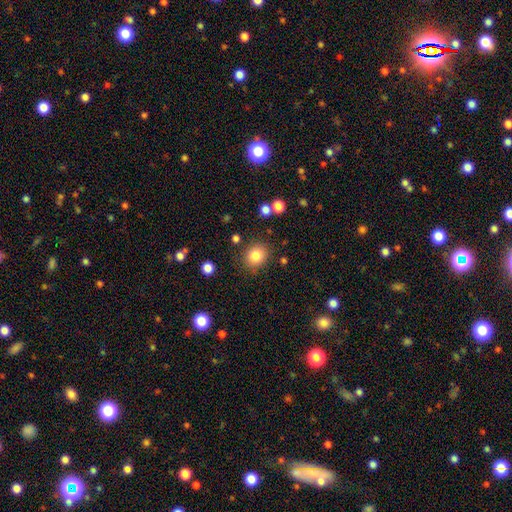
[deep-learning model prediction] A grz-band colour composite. It shows a smooth galaxy with no disk features (83%) that is round (75%). Merging: none (84%).